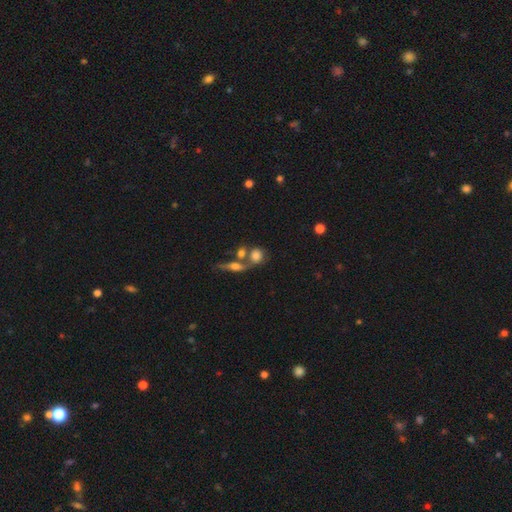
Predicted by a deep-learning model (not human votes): Smooth or featured? smooth (69%)
How rounded? round (67%)
Merging? none (44%)